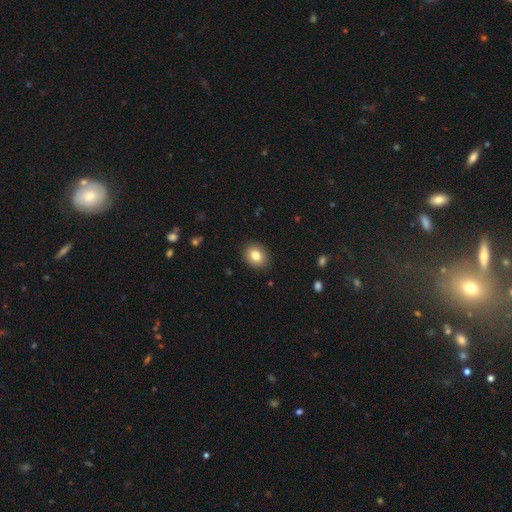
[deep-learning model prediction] Smooth or featured: smooth — 82% (star or artifact — 9%)
How rounded: round — 56% (in between — 43%)
Merging: none — 90% (minor disturbance — 7%)